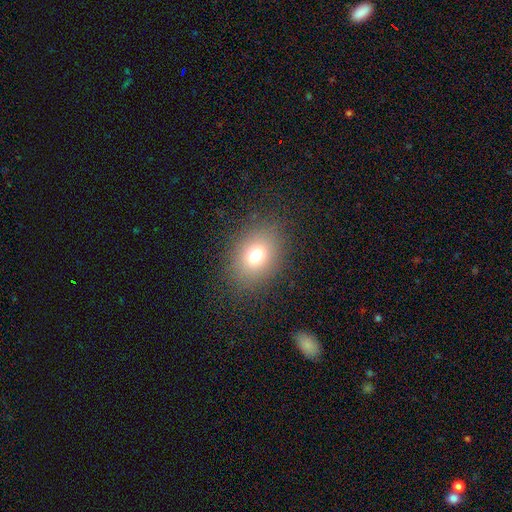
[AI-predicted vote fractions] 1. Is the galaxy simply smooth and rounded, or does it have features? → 73% smooth, 15% star or artifact, 12% featured or disk.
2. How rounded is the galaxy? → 61% in between, 38% round, 1% cigar-shaped.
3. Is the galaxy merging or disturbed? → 85% none, 9% minor disturbance, 5% major disturbance, 1% merger.